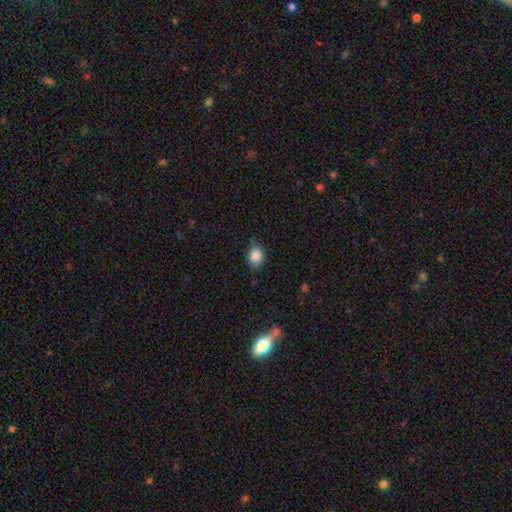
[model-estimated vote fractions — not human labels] Morphology: type=smooth (87%); roundness=in between (51%); merging=none (76%).